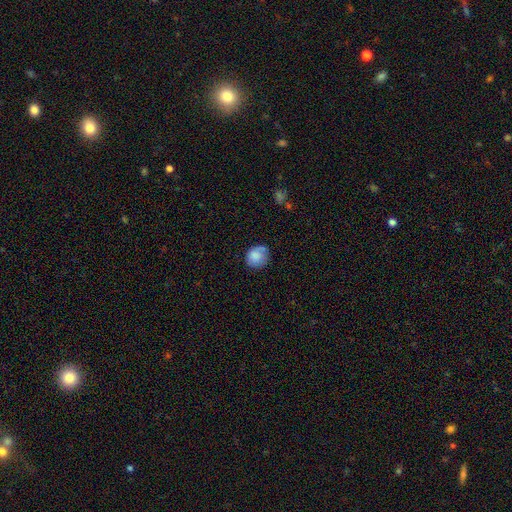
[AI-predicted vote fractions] This appears to be a smooth galaxy with no disk features (80%) that is round (75%). Merging: none (63%).